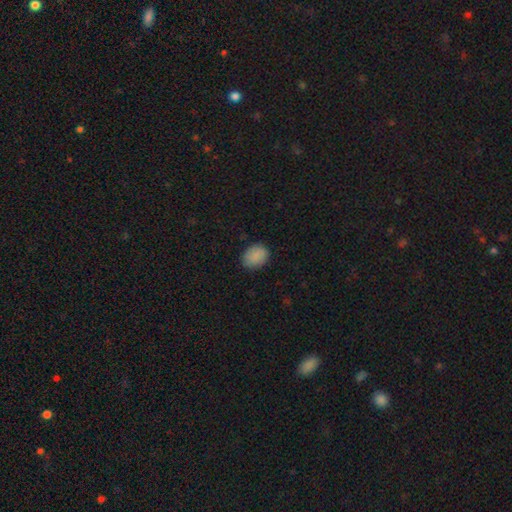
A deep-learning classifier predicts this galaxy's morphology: This is clearly a smooth galaxy (87%). How rounded: likely in between (63%). Merging: clearly none (85%).